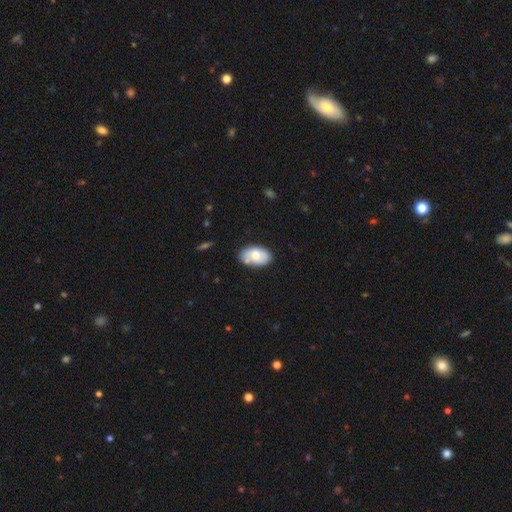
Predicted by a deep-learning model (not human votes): Smooth or featured? Predicted: smooth (p=0.66). How rounded? Predicted: in between (p=0.93). Merging? Predicted: none (p=0.69).